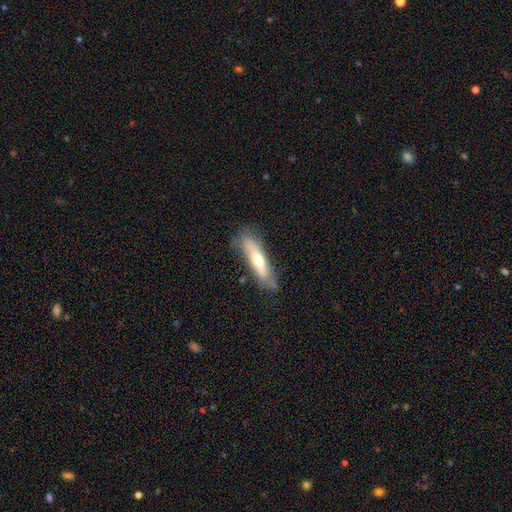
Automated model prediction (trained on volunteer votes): Smooth or featured? featured or disk (47%)
Merging? none (73%)